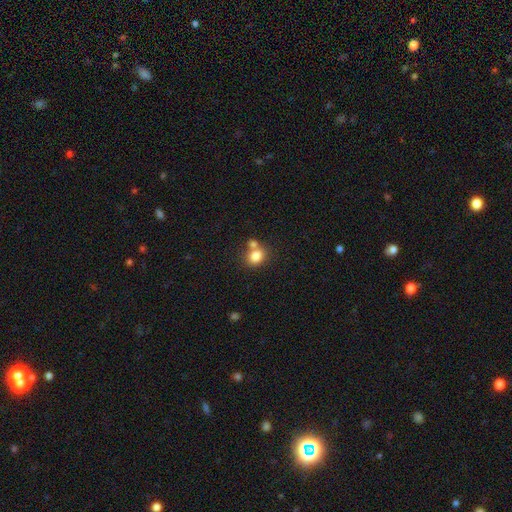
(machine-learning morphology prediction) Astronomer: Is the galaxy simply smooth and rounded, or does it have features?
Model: smooth — 82%.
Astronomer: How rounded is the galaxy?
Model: round — 55% (runner-up: in between, 44%).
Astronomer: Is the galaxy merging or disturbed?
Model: none — 52% (runner-up: merger, 33%).